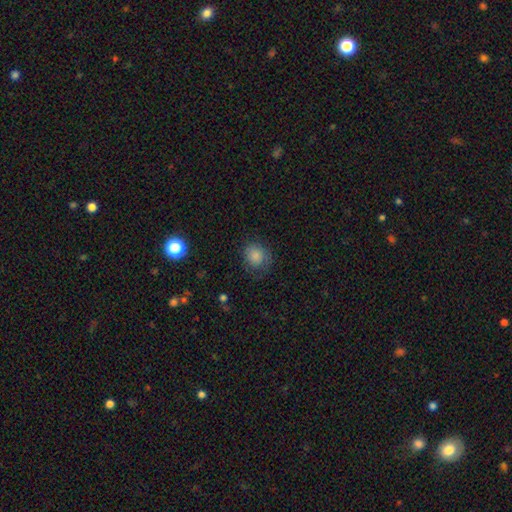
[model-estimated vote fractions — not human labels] Smooth or featured? Predicted: smooth (p=0.83). How rounded? Predicted: round (p=0.75). Merging? Predicted: none (p=0.70).